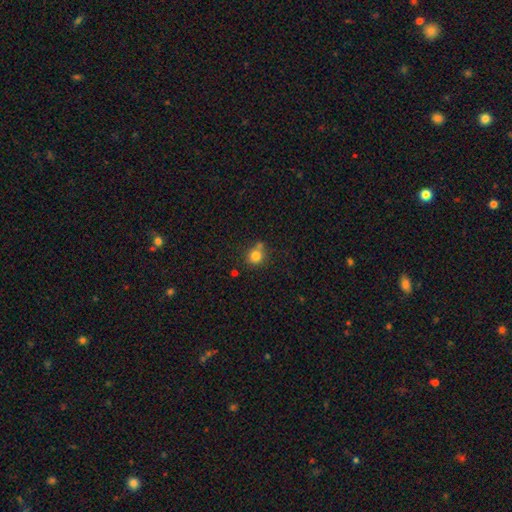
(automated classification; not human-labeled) Smooth or featured? Predicted: smooth (p=0.81). How rounded? Predicted: round (p=0.80). Merging? Predicted: none (p=0.58).